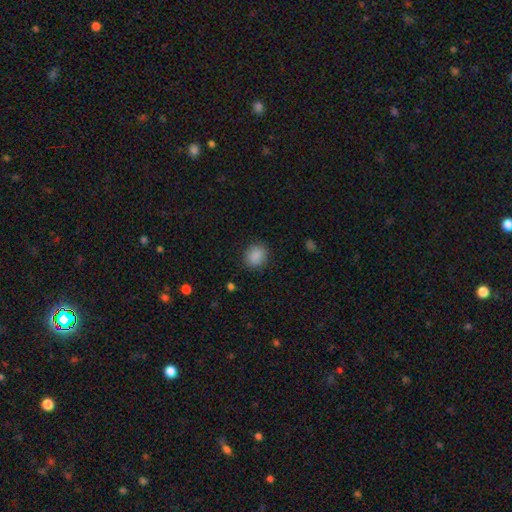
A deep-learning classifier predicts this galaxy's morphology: This appears to be a smooth galaxy with no disk features (88%) that is round (67%). Merging: none (87%).